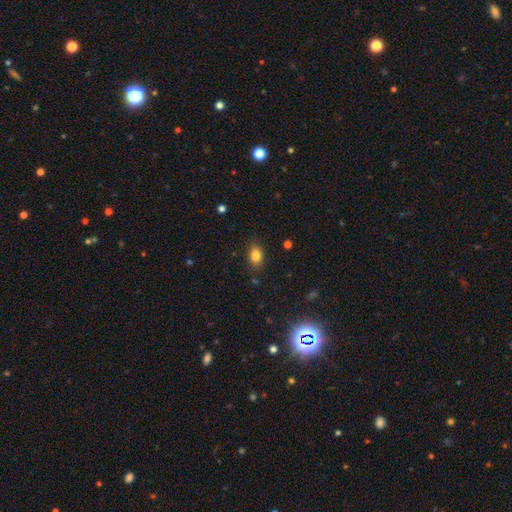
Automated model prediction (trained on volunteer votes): smooth 82%, star or artifact 11%, featured or disk 7%. Down the decision tree: how rounded — in between (82%); merging — none (85%).